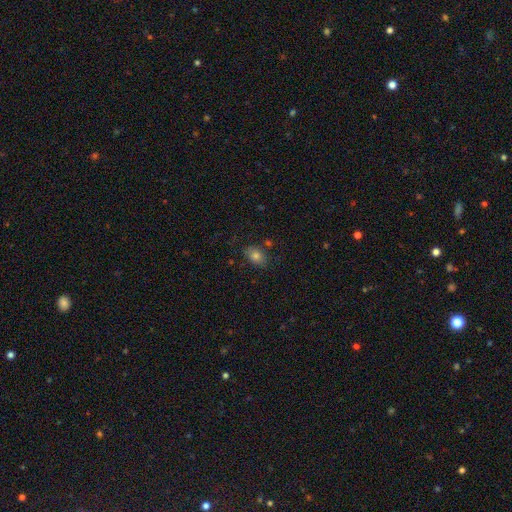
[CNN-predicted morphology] This is likely a smooth galaxy (75%). How rounded: likely in between (76%). Merging: likely none (79%).